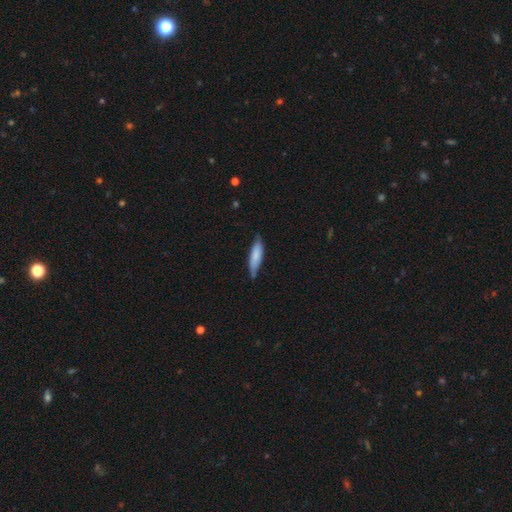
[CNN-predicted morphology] Smooth or featured? smooth (76%)
How rounded? cigar-shaped (64%)
Merging? none (68%)